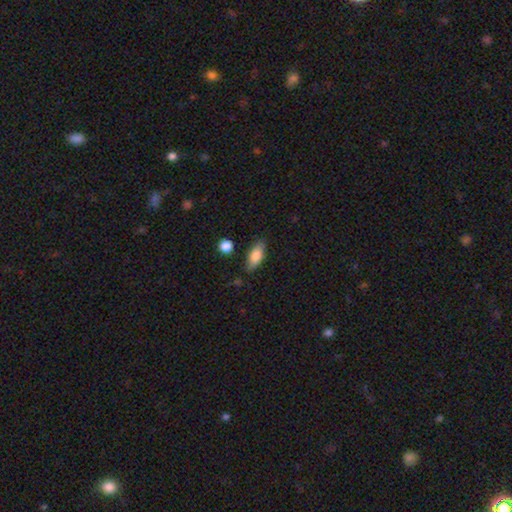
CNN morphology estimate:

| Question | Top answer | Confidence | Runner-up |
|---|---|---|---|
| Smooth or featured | smooth | 79% | featured or disk (14%) |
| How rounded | in between | 80% | cigar-shaped (16%) |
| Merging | none | 80% | minor disturbance (14%) |